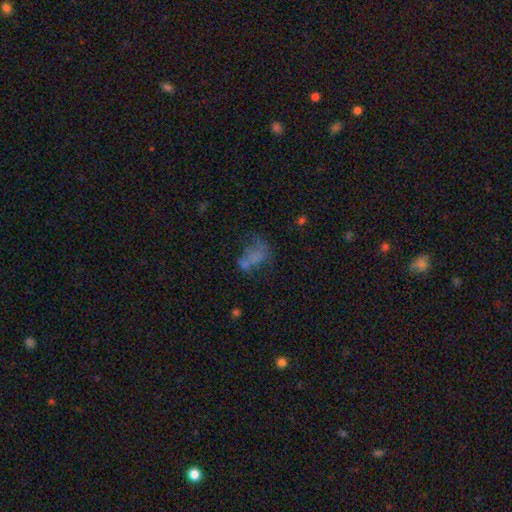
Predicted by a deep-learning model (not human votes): Smooth or featured?
  - smooth: 50% *
  - featured or disk: 32%
  - star or artifact: 18%
Merging?
  - major disturbance: 32% *
  - none: 30%
  - merger: 20%
  - minor disturbance: 18%